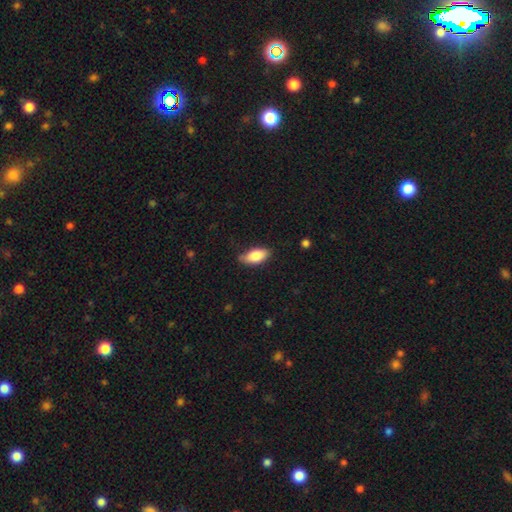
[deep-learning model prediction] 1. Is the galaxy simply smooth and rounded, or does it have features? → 84% smooth, 10% featured or disk, 6% star or artifact.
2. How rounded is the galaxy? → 89% in between, 8% cigar-shaped, 3% round.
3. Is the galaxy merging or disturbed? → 75% none, 20% minor disturbance, 3% major disturbance, 1% merger.